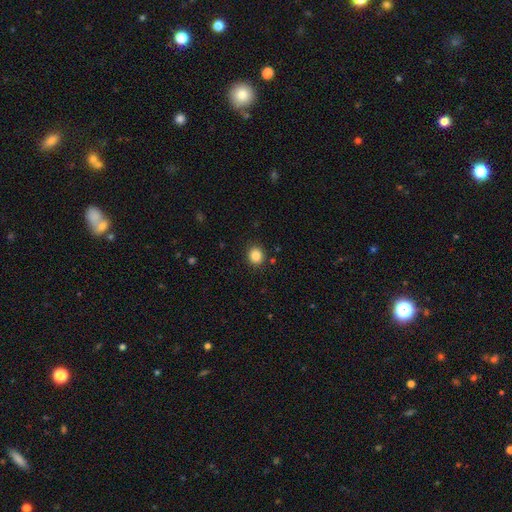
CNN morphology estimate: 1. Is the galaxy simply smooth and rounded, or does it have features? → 85% smooth, 11% star or artifact, 4% featured or disk.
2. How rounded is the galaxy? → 84% round, 15% in between, 1% cigar-shaped.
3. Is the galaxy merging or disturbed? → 90% none, 6% minor disturbance, 2% major disturbance, 2% merger.